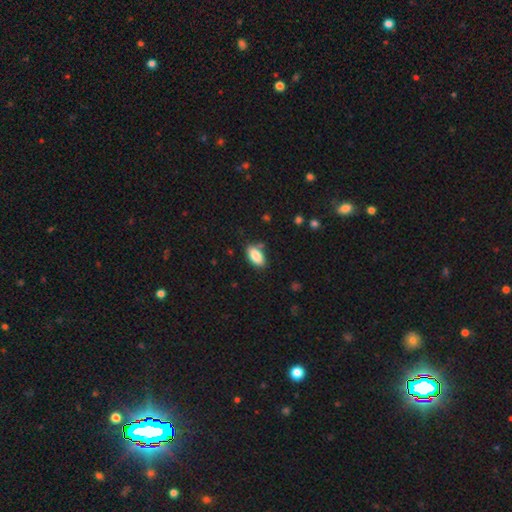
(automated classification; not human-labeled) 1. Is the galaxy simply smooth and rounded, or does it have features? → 87% smooth, 7% star or artifact, 6% featured or disk.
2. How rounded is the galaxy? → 92% in between, 5% cigar-shaped, 3% round.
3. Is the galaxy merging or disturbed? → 80% none, 14% minor disturbance, 3% merger, 3% major disturbance.